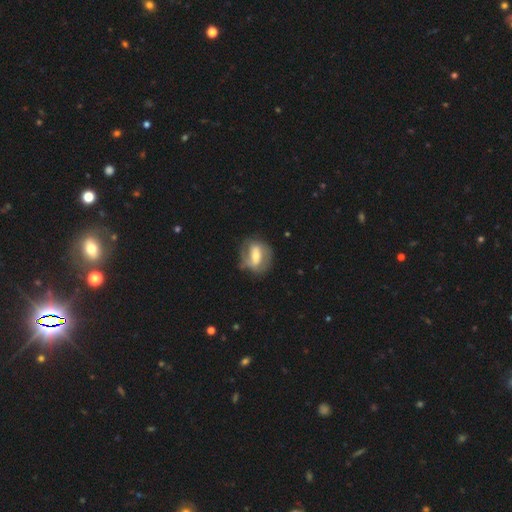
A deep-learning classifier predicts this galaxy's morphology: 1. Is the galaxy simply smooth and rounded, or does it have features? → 60% featured or disk, 33% smooth, 7% star or artifact.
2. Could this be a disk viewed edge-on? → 93% no, 7% yes.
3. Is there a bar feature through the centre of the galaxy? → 43% strong, 36% weak, 21% no.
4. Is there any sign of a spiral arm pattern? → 64% yes, 36% no.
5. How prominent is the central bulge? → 52% moderate, 32% small, 11% large, 3% none, 2% dominant.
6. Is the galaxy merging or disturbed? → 61% none, 23% minor disturbance, 13% major disturbance, 2% merger.